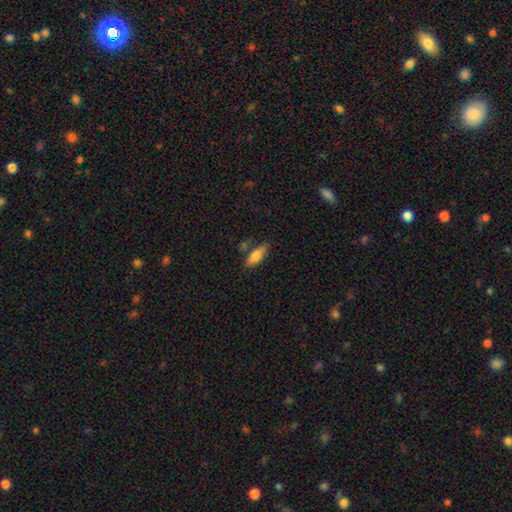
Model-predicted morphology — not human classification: This appears to be a smooth galaxy with no disk features (74%) that is in between round and cigar-shaped (61%). Merging: none (70%).